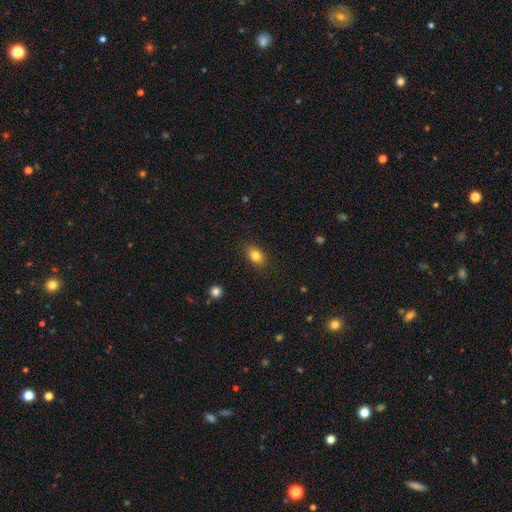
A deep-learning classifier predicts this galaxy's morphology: A smooth galaxy with no disk features (82%) that is in between round and cigar-shaped (75%). Merging: none (86%).